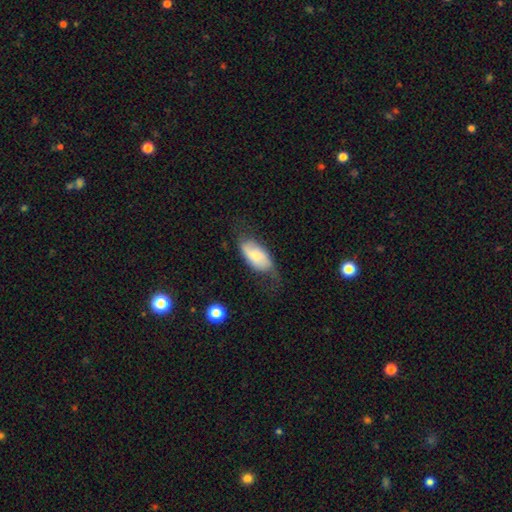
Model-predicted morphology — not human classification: smooth-or-featured: smooth: 61% | featured or disk: 32% | star or artifact: 7%
  how-rounded: in between: 92% | cigar-shaped: 5% | round: 3%
  merging: none: 46% | minor disturbance: 33% | major disturbance: 19% | merger: 2%